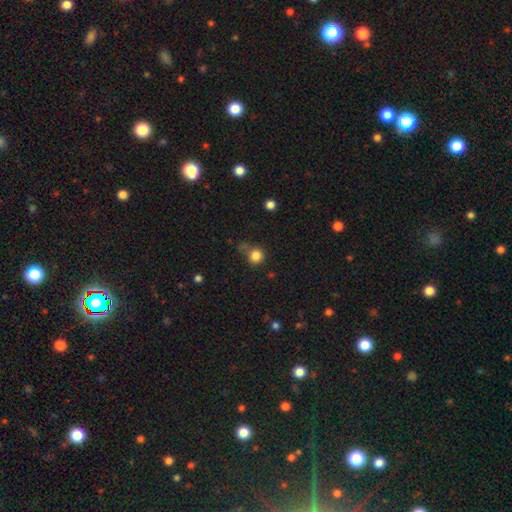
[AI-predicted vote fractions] Q: Smooth or featured?
A: smooth (83%); runner-up: star or artifact (12%)
Q: How rounded?
A: round (91%); runner-up: in between (8%)
Q: Merging?
A: none (65%); runner-up: minor disturbance (18%)